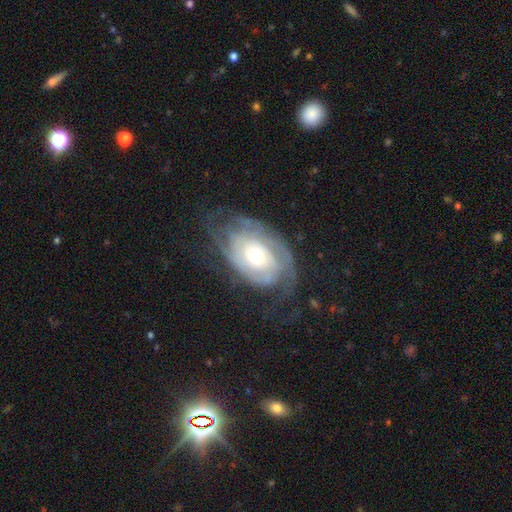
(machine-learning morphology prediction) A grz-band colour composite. It shows a featured or disk galaxy (80%) with no bar (76%), tight (64%) spiral arms (89%) and a moderate central bulge (56%). Merging: none (58%).